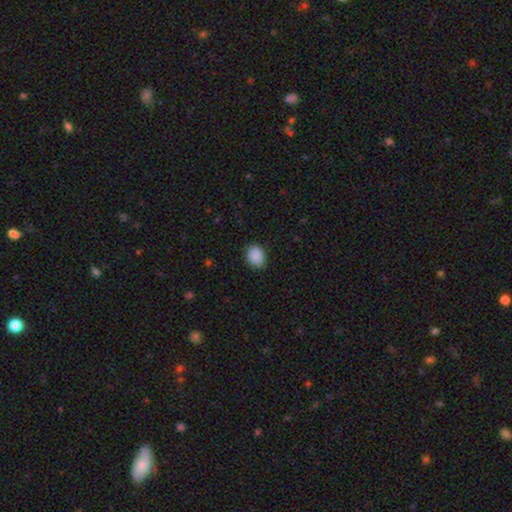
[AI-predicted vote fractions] smooth_or_featured: smooth (p=0.90) [alt: star or artifact p=0.08]
how_rounded: in between (p=0.58) [alt: round p=0.41]
merging: none (p=0.84) [alt: minor disturbance p=0.12]